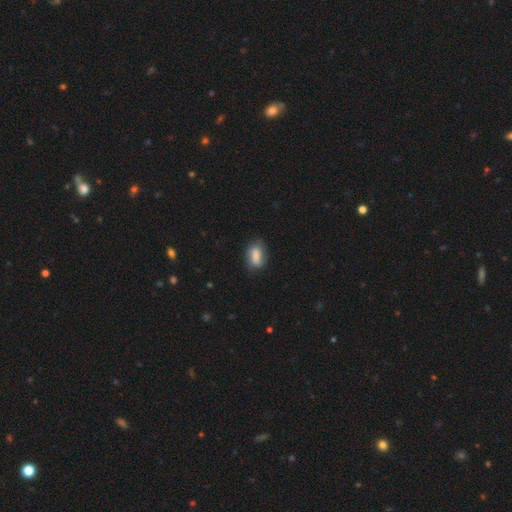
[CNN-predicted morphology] Smooth or featured?
  - smooth: 81% *
  - featured or disk: 11%
  - star or artifact: 8%
How rounded?
  - in between: 85% *
  - round: 9%
  - cigar-shaped: 7%
Merging?
  - none: 66% *
  - minor disturbance: 26%
  - major disturbance: 6%
  - merger: 2%